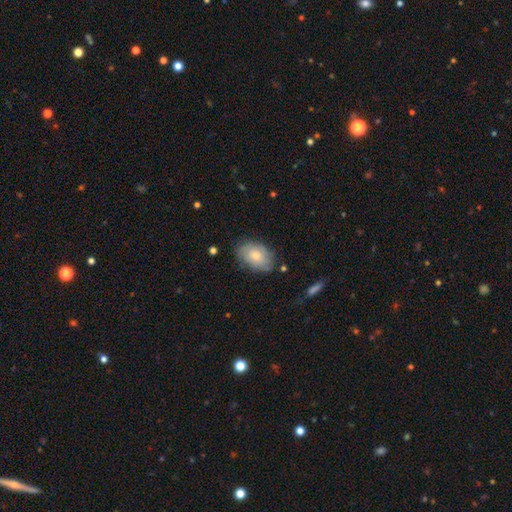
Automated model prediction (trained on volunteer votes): smooth_or_featured: smooth (p=0.71) [alt: featured or disk p=0.22]
how_rounded: in between (p=0.88) [alt: round p=0.11]
merging: none (p=0.73) [alt: minor disturbance p=0.20]